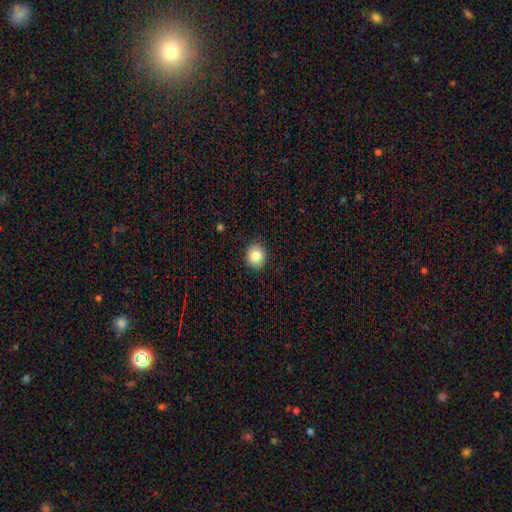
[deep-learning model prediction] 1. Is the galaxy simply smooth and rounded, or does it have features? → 84% smooth, 9% star or artifact, 7% featured or disk.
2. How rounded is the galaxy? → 75% round, 24% in between, 1% cigar-shaped.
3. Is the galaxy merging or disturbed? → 89% none, 8% minor disturbance, 2% major disturbance, 1% merger.